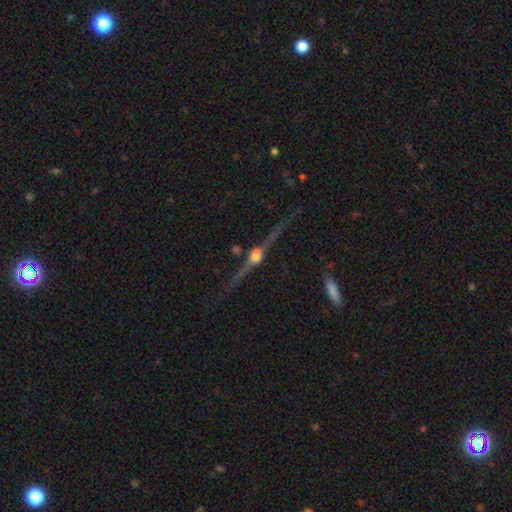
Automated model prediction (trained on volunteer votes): Q: Smooth or featured?
A: featured or disk (87%); runner-up: star or artifact (8%)
Q: Edge-on disk?
A: yes (97%); runner-up: no (3%)
Q: Edge-on bulge?
A: rounded (95%); runner-up: boxy (4%)
Q: Merging?
A: none (86%); runner-up: minor disturbance (9%)